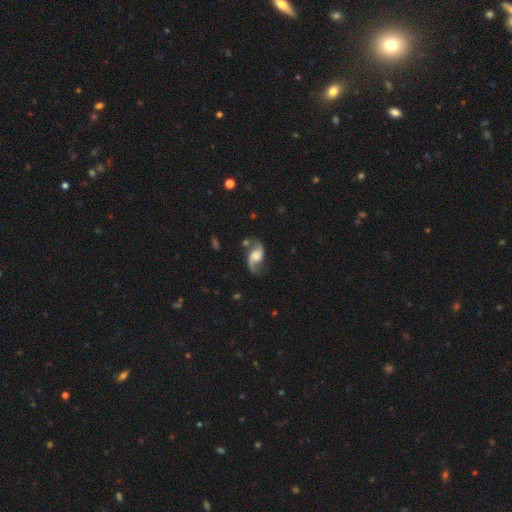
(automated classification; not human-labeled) This appears to be a featured or disk galaxy (86%) with no bar (53%), 2 (93%) loose (70%) spiral arms (96%) and a large central bulge (32%). Merging: none (72%).